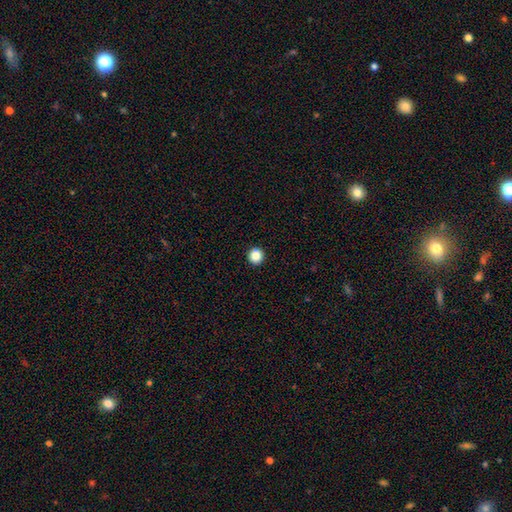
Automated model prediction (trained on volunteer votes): Morphology: type=smooth (87%); roundness=round (96%); merging=none (94%).